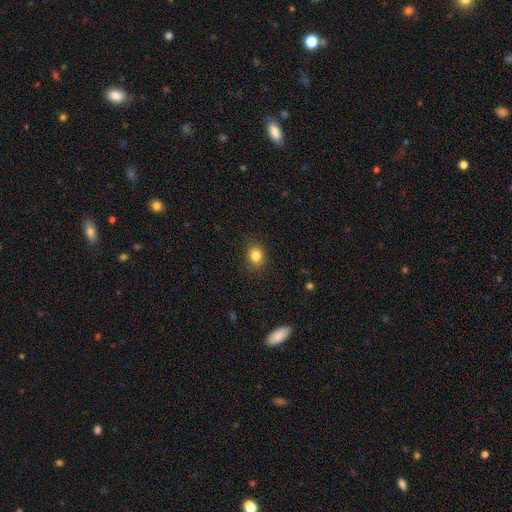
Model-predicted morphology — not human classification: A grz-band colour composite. It shows a smooth galaxy with no disk features (84%) that is round (61%). Merging: none (87%).